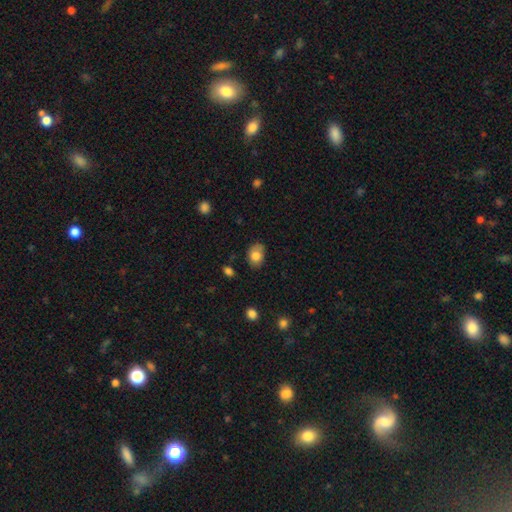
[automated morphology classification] Q: Smooth or featured?
A: smooth (80%); runner-up: featured or disk (12%)
Q: How rounded?
A: in between (75%); runner-up: round (23%)
Q: Merging?
A: none (74%); runner-up: minor disturbance (21%)